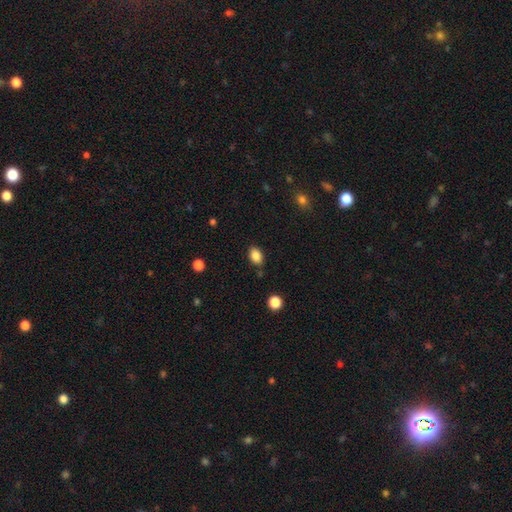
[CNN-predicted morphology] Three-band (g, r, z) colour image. It shows a smooth galaxy with no disk features (86%) that is in between round and cigar-shaped (84%). Merging: none (80%).